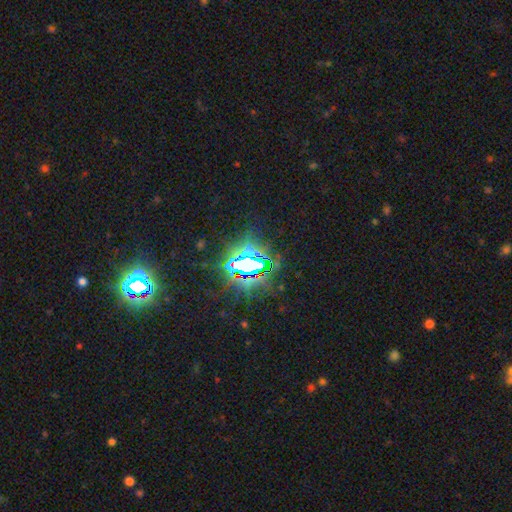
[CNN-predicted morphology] A star or artifact, not a galaxy (85%).